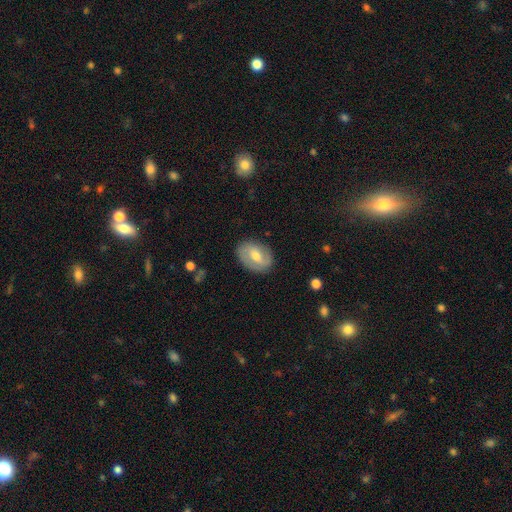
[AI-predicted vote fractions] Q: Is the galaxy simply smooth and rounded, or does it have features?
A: featured or disk — 60%.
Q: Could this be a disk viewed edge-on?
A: no — 95%.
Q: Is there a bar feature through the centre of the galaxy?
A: weak — 49%.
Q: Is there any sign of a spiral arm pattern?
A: yes — 73%.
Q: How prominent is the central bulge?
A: moderate — 65%.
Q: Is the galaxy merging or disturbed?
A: none — 81%.